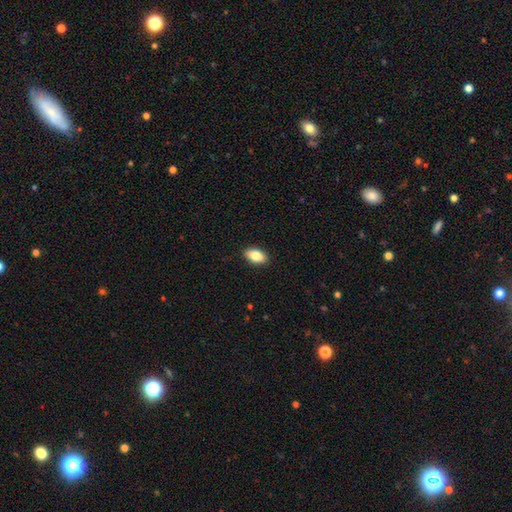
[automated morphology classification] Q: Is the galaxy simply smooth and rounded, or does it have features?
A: smooth — 82%.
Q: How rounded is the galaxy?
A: in between — 92%.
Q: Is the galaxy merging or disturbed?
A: none — 90%.